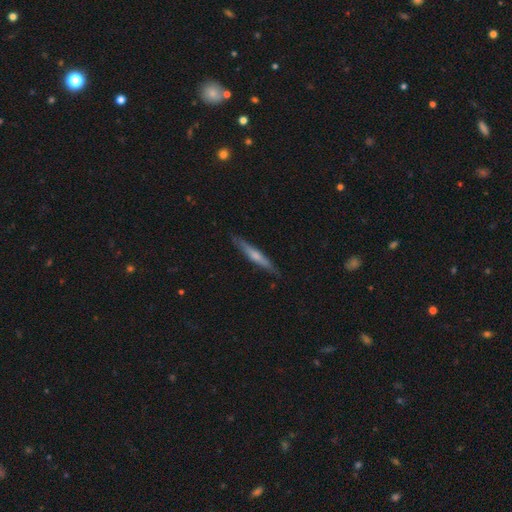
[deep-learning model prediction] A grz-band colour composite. It shows a featured or disk galaxy (50%) viewed edge-on (95%). Merging: none (86%).